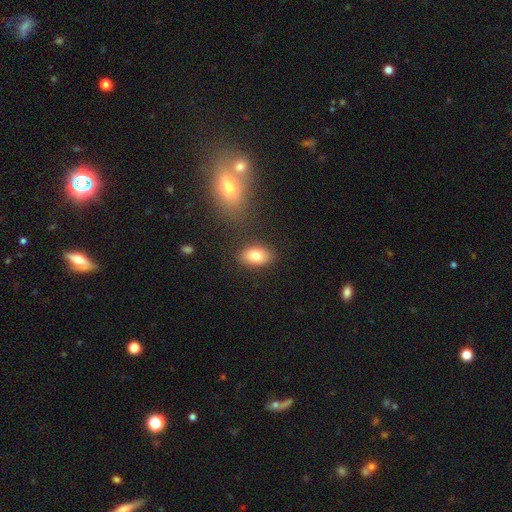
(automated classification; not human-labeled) This is clearly a smooth galaxy (81%). How rounded: clearly in between (88%). Merging: clearly none (83%).